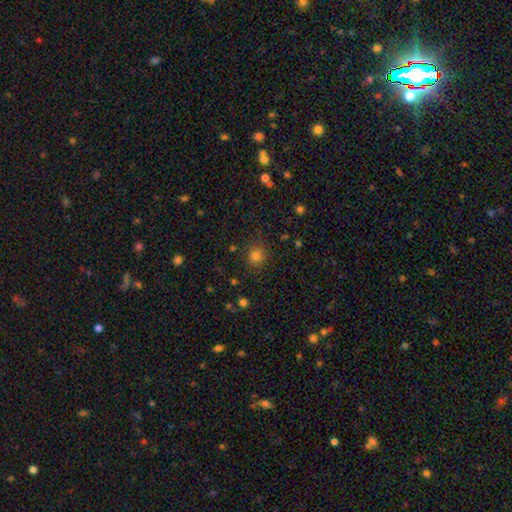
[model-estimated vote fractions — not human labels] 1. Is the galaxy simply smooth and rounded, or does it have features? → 78% smooth, 17% star or artifact, 5% featured or disk.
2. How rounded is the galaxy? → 87% round, 12% in between, 1% cigar-shaped.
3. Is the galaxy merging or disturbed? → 85% none, 10% minor disturbance, 3% major disturbance, 2% merger.